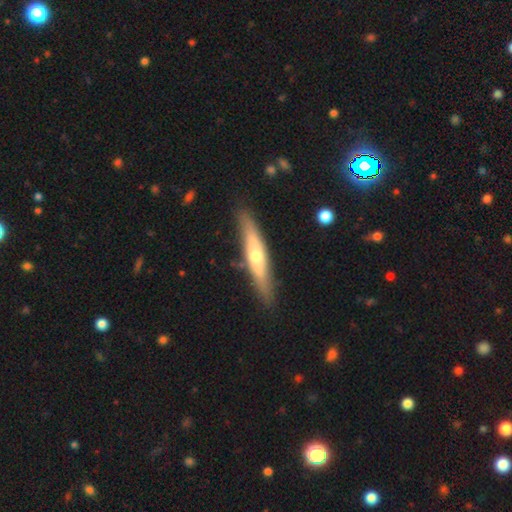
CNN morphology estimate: Smooth or featured? featured or disk (55%)
Edge-on disk? yes (82%)
Merging? none (84%)